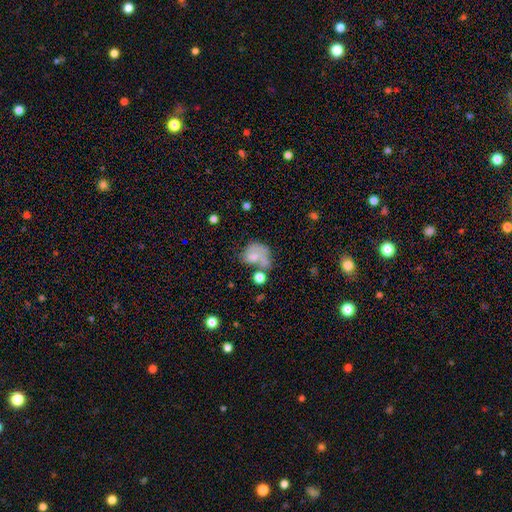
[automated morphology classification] smooth_or_featured: smooth (p=0.53) [alt: featured or disk p=0.37]
how_rounded: in between (p=0.54) [alt: round p=0.44]
merging: major disturbance (p=0.29) [alt: merger p=0.27]